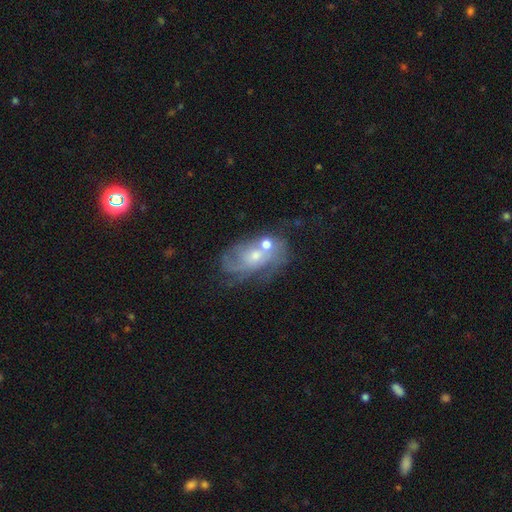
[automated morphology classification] This is likely a featured or disk galaxy (72%). It is clearly not viewed edge-on (96%). Bar: likely no (74%). Spiral arm pattern: clearly yes (82%). Spiral arm count: marginally can't tell (42%). Spiral winding: marginally tight (43%). Central bulge: possibly small (52%). Merging: marginally none (41%).